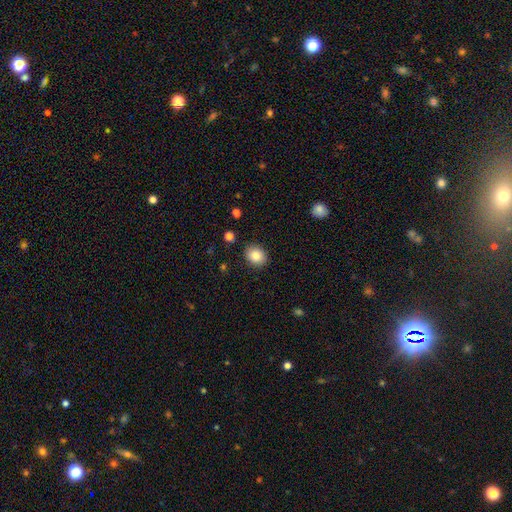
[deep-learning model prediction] Smooth or featured? smooth (85%)
How rounded? round (59%)
Merging? none (88%)